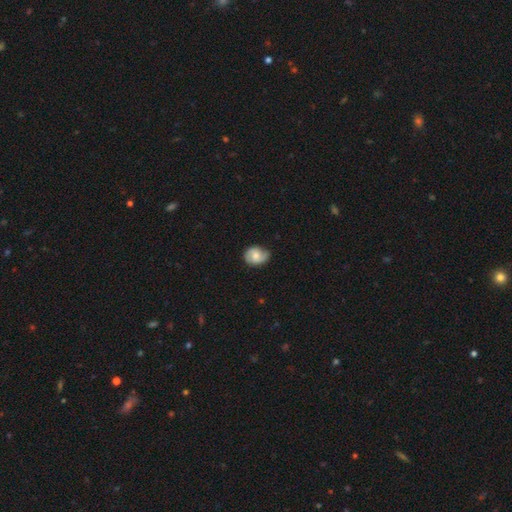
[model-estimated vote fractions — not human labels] smooth_or_featured: smooth (p=0.51) [alt: featured or disk p=0.41]
how_rounded: in between (p=0.54) [alt: round p=0.45]
merging: none (p=0.63) [alt: minor disturbance p=0.29]